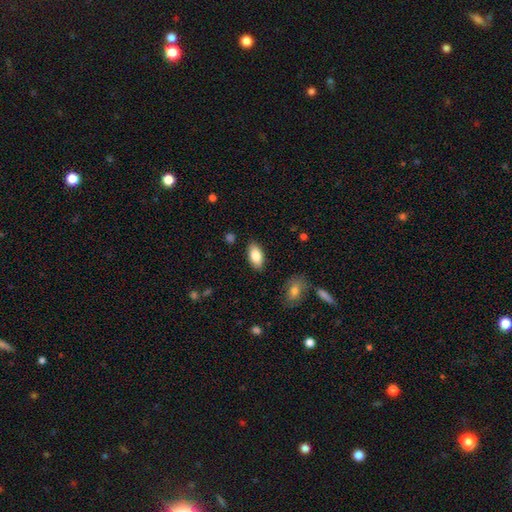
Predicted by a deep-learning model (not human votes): Smooth or featured? smooth (84%)
How rounded? in between (93%)
Merging? none (87%)